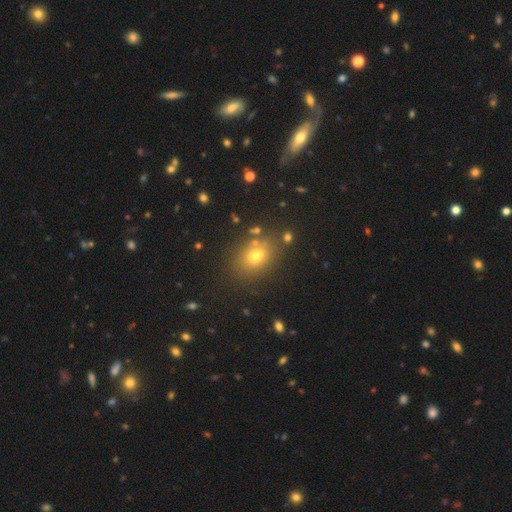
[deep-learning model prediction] A smooth galaxy with no disk features (67%) that is in between round and cigar-shaped (59%).

Vote fractions:
- Smooth or featured? smooth: 67% / star or artifact: 21% / featured or disk: 12%
- How rounded? in between: 59% / round: 39% / cigar-shaped: 2%
- Merging? none: 79% / minor disturbance: 11% / merger: 7% / major disturbance: 3%